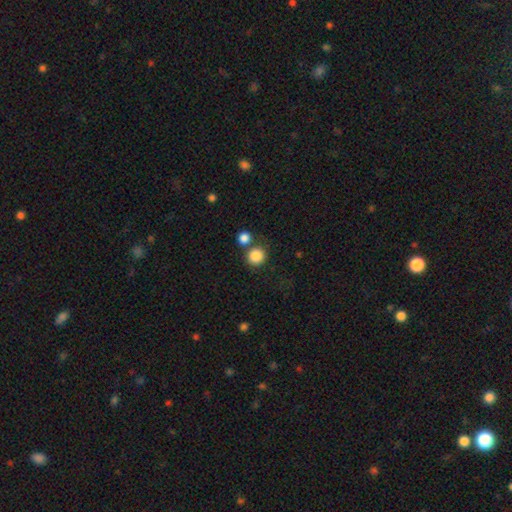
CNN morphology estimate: Q: Smooth or featured?
A: smooth (86%); runner-up: star or artifact (10%)
Q: How rounded?
A: round (92%); runner-up: in between (7%)
Q: Merging?
A: none (71%); runner-up: merger (19%)